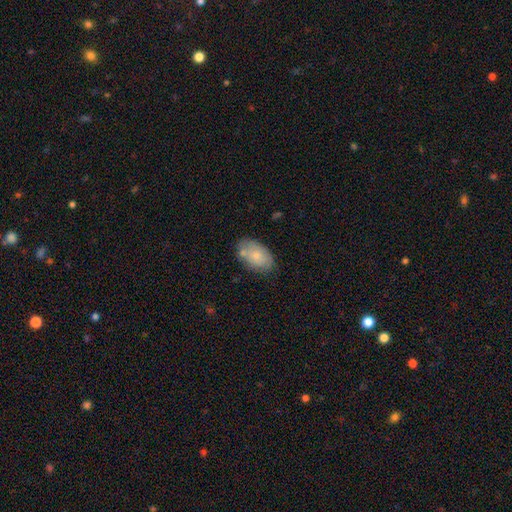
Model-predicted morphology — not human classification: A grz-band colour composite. It shows a smooth galaxy with no disk features (76%) that is in between round and cigar-shaped (92%). Merging: none (68%).